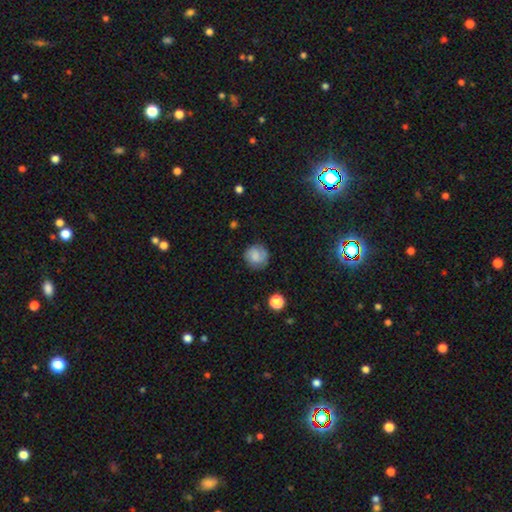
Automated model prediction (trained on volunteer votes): Smooth or featured?
  - smooth: 75% *
  - featured or disk: 16%
  - star or artifact: 9%
How rounded?
  - round: 90% *
  - in between: 9%
  - cigar-shaped: 1%
Merging?
  - none: 78% *
  - minor disturbance: 16%
  - major disturbance: 4%
  - merger: 1%